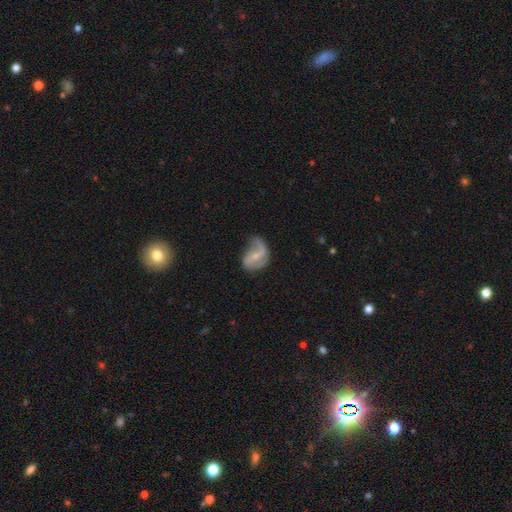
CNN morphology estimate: A featured or disk galaxy (70%) with a weak bar (43%), 2 (65%) loose (56%) spiral arms (86%) and a small central bulge (60%).

Vote fractions:
- Smooth or featured? featured or disk: 70% / smooth: 23% / star or artifact: 6%
- Edge-on disk? no: 97% / yes: 3%
- Bar? weak: 43% / no: 36% / strong: 21%
- Spiral arms? yes: 86% / no: 14%
- Spiral winding? loose: 56% / medium: 33% / tight: 11%
- Spiral arm count? 2: 65% / 1: 24% / can't tell: 7% / 3: 2% / 4: 1% / more than 4: 1%
- Bulge size? small: 60% / moderate: 32% / none: 6% / large: 1% / dominant: 1%
- Merging? none: 40% / minor disturbance: 33% / major disturbance: 25% / merger: 2%